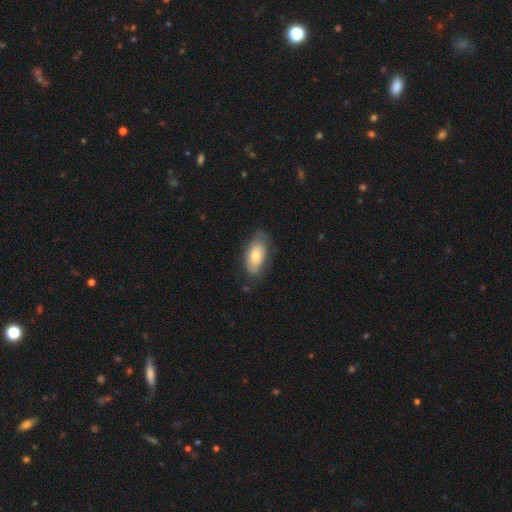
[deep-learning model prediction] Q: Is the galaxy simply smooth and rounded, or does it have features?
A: smooth — 75%.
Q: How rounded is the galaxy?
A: in between — 91%.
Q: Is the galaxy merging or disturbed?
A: none — 70%.